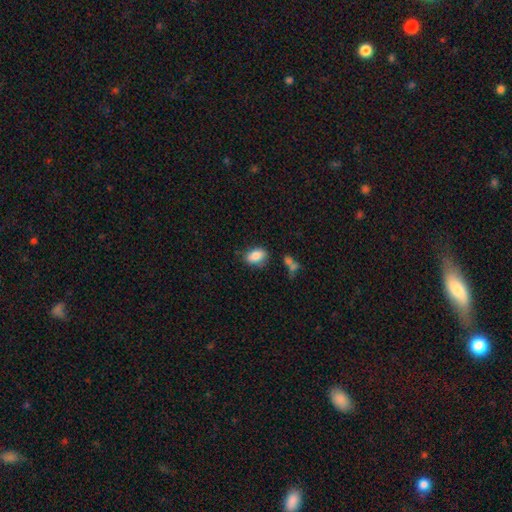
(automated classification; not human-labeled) smooth-or-featured: smooth: 84% | featured or disk: 8% | star or artifact: 8%
  how-rounded: in between: 86% | round: 11% | cigar-shaped: 2%
  merging: none: 70% | minor disturbance: 20% | merger: 5% | major disturbance: 5%